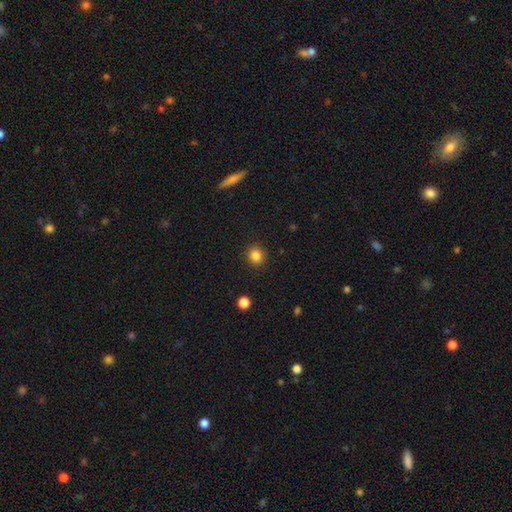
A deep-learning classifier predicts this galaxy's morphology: This appears to be a smooth galaxy with no disk features (85%) that is round (88%). Merging: none (90%).